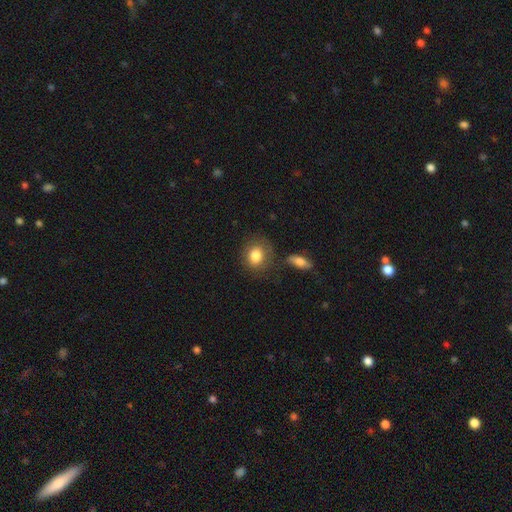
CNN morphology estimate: This is clearly a smooth galaxy (83%). How rounded: likely round (66%). Merging: likely none (70%).